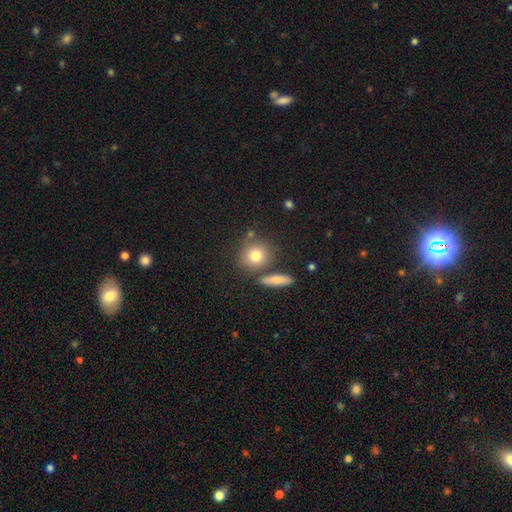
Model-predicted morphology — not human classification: Smooth or featured: smooth — 79% (featured or disk — 12%)
How rounded: round — 79% (in between — 18%)
Merging: none — 71% (merger — 15%)